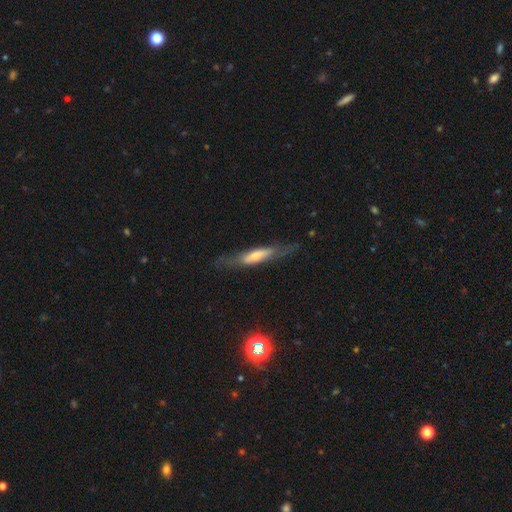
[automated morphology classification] A featured or disk galaxy (49%). Merging: none (66%).